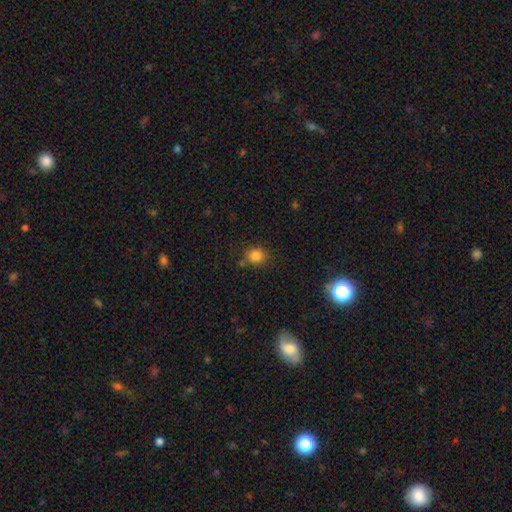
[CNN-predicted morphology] smooth_or_featured: smooth (p=0.83) [alt: star or artifact p=0.12]
how_rounded: round (p=0.75) [alt: in between p=0.24]
merging: none (p=0.78) [alt: minor disturbance p=0.13]